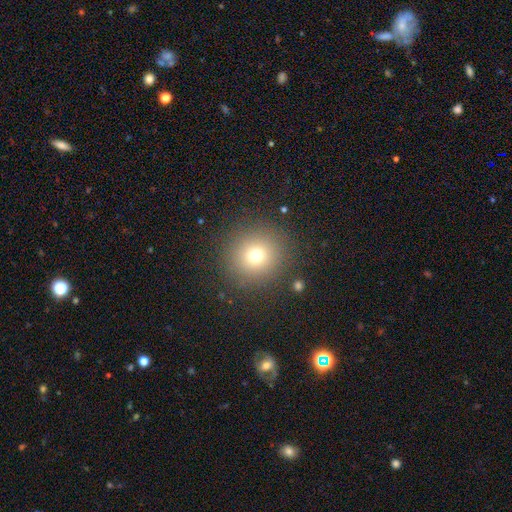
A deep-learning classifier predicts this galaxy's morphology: A smooth galaxy with no disk features (72%) that is round (93%).

Vote fractions:
- Smooth or featured? smooth: 72% / star or artifact: 17% / featured or disk: 10%
- How rounded? round: 93% / in between: 6% / cigar-shaped: 1%
- Merging? none: 88% / minor disturbance: 7% / major disturbance: 4% / merger: 2%